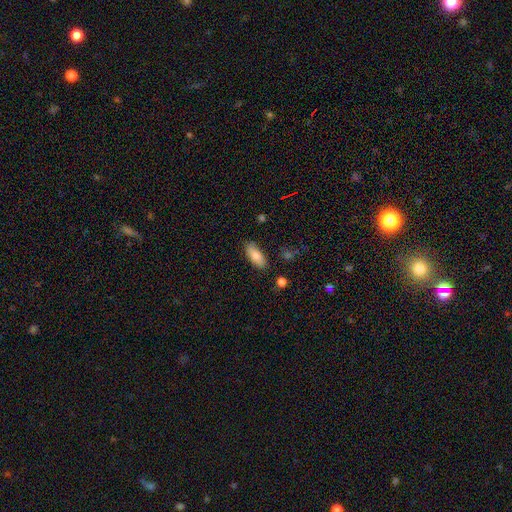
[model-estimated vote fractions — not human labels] Smooth or featured?
  - smooth: 81% *
  - featured or disk: 12%
  - star or artifact: 7%
How rounded?
  - in between: 80% *
  - cigar-shaped: 18%
  - round: 2%
Merging?
  - none: 83% *
  - minor disturbance: 12%
  - major disturbance: 2%
  - merger: 2%